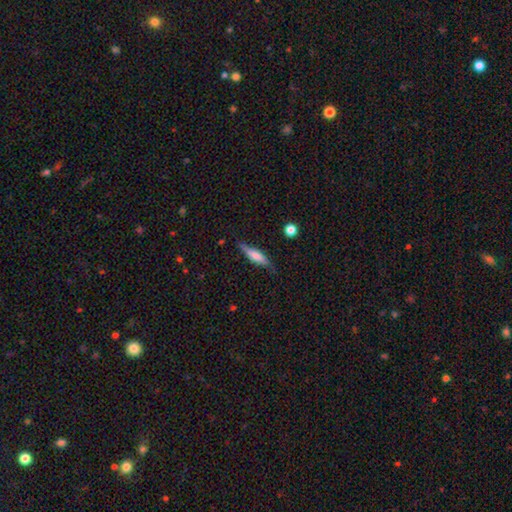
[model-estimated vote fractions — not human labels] Overall: smooth (53%; featured or disk 41%). How rounded: cigar-shaped (75%). Merging: none (76%).